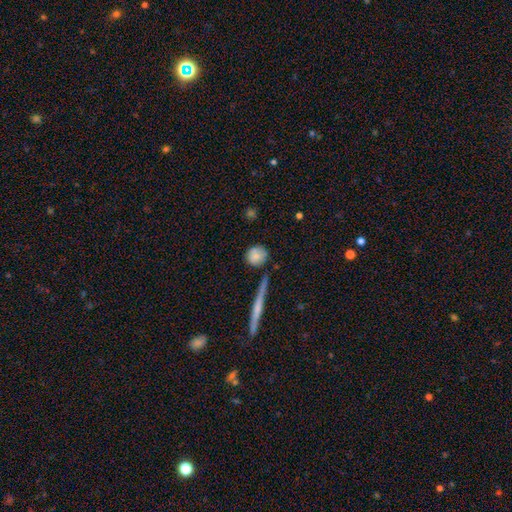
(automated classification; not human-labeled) This appears to be a smooth galaxy with no disk features (79%) that is round (84%). Merging: none (70%).